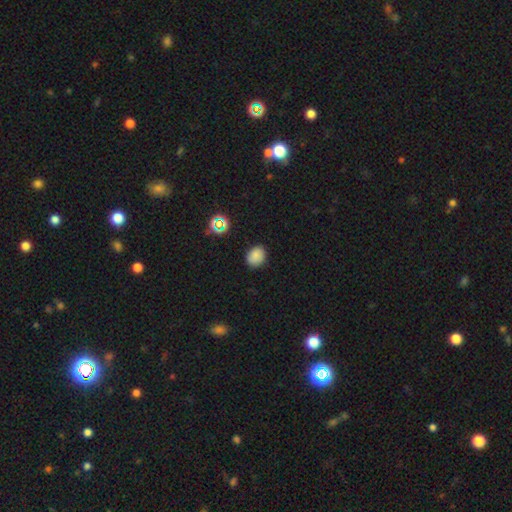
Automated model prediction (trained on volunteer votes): The model was most divided on "how rounded": round: 51%, in between: 48%, cigar-shaped: 1%. More confident: merging — none (85%); smooth or featured — smooth (81%).